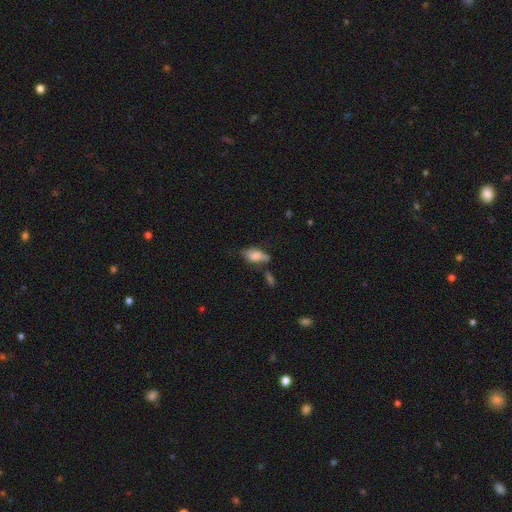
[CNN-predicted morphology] Smooth or featured?
  - smooth: 67% *
  - featured or disk: 24%
  - star or artifact: 9%
How rounded?
  - in between: 85% *
  - cigar-shaped: 11%
  - round: 4%
Merging?
  - none: 43% *
  - minor disturbance: 28%
  - merger: 15%
  - major disturbance: 14%